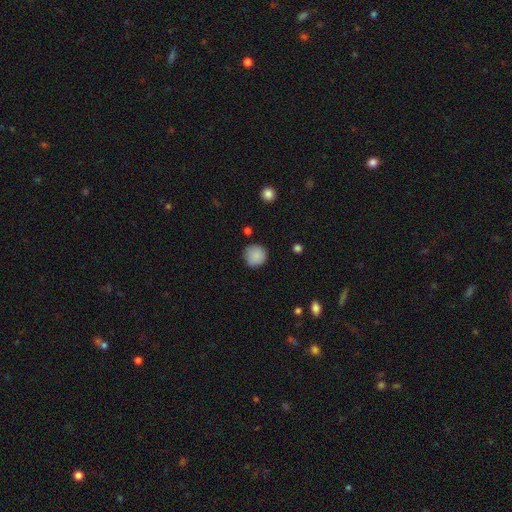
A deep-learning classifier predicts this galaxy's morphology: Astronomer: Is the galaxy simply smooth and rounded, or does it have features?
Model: smooth — 88%.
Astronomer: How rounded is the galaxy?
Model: round — 93%.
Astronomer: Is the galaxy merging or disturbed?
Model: none — 85%.